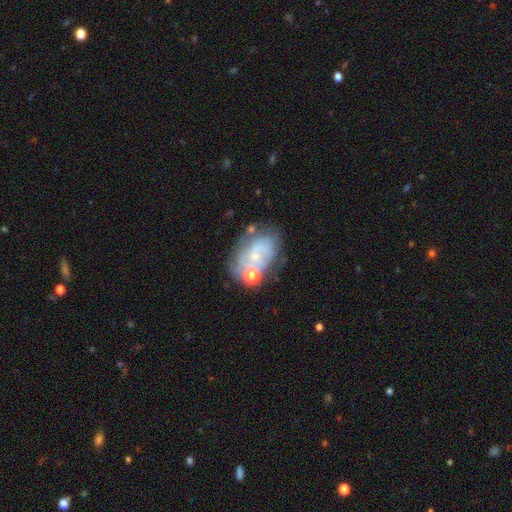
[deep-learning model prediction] featured or disk 69%, smooth 21%, star or artifact 11%. Down the decision tree: edge-on disk — no (97%); bar — no (72%); spiral arms — yes (77%); spiral arm count — can't tell (42%); spiral winding — tight (48%); bulge size — small (70%); merging — none (51%).